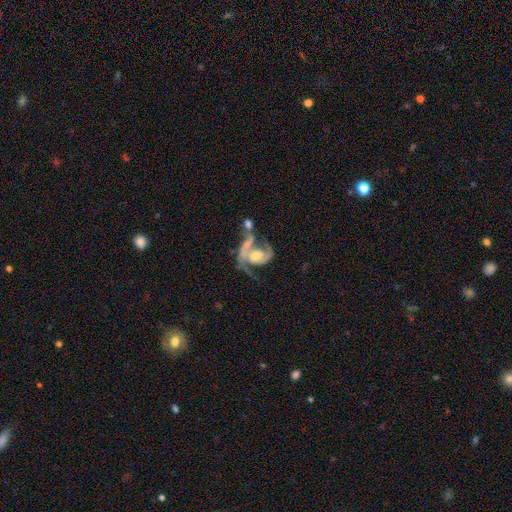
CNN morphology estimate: Overall: featured or disk (84%). Edge-on disk: no (97%). Bar: no (55%; weak 33%). Spiral arms: yes (91%). Spiral arm count: 2 (75%). Spiral winding: medium (47%; loose 32%). Bulge size: moderate (58%; small 28%). Merging: merger (36%; major disturbance 27%).